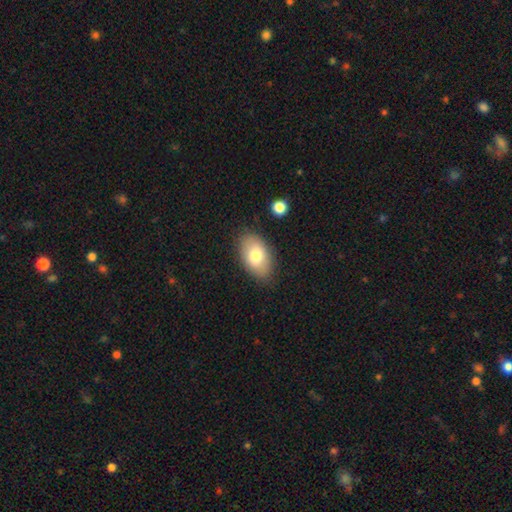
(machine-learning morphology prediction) This appears to be a smooth galaxy with no disk features (75%) that is in between round and cigar-shaped (92%). Merging: none (84%).